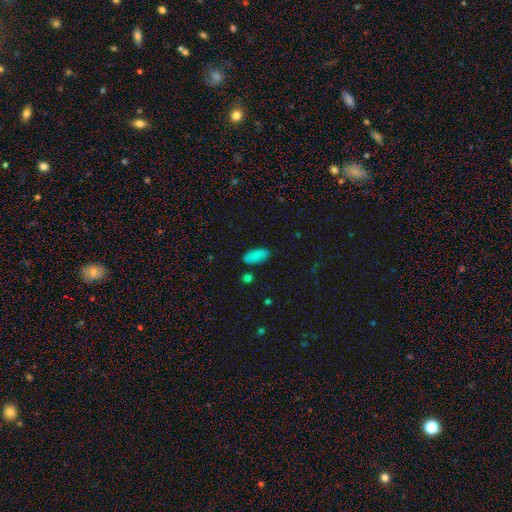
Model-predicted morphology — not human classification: This appears to be a smooth galaxy with no disk features (87%) that is in between round and cigar-shaped (89%). Merging: none (83%).